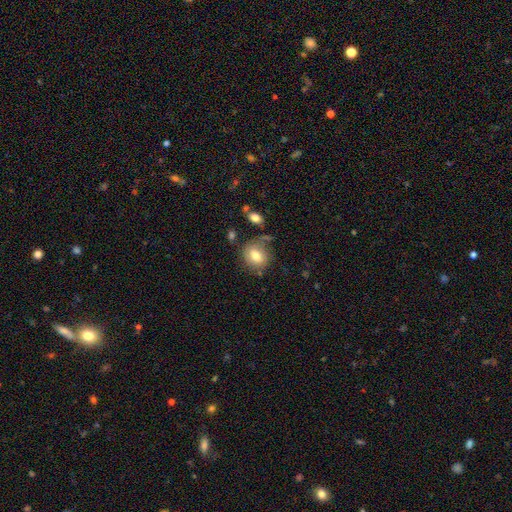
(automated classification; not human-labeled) Smooth or featured: smooth — 76% (featured or disk — 15%)
How rounded: round — 64% (in between — 35%)
Merging: none — 69% (minor disturbance — 17%)